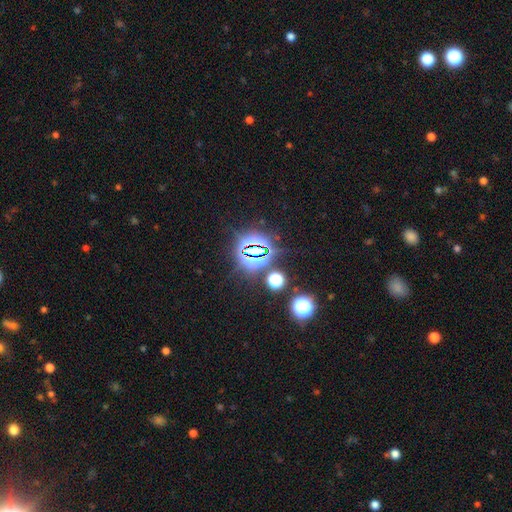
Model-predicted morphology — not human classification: A star or artifact, not a galaxy (78%).

Vote fractions:
- Smooth or featured? star or artifact: 78% / smooth: 14% / featured or disk: 8%